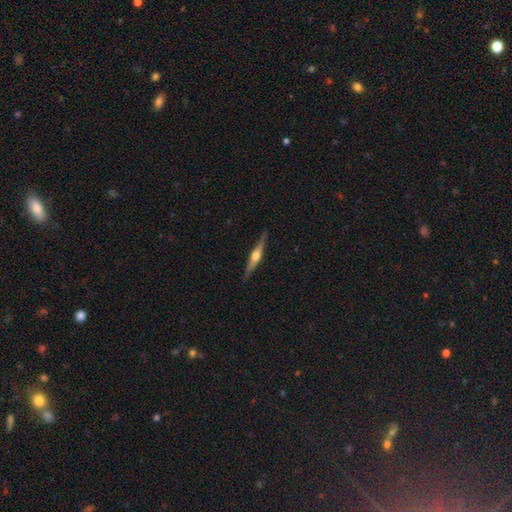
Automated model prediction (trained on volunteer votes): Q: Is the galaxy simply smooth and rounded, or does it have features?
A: featured or disk — 75%.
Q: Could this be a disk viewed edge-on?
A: yes — 98%.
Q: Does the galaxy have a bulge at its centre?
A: rounded — 92%.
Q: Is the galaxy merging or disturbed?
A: none — 89%.